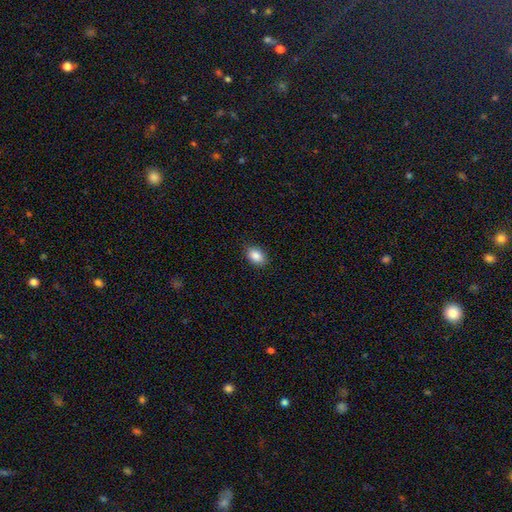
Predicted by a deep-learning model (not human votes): The model was most divided on "how rounded": in between: 84%, round: 15%, cigar-shaped: 1%. More confident: merging — none (88%); smooth or featured — smooth (88%).